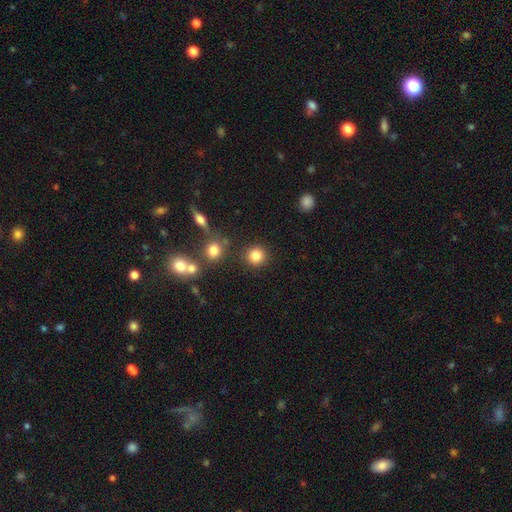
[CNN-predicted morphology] Smooth or featured? smooth (83%)
How rounded? round (92%)
Merging? none (86%)